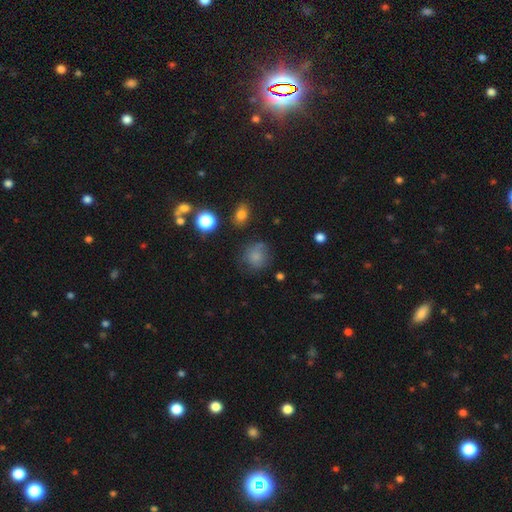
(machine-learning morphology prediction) smooth 75%, star or artifact 14%, featured or disk 11%. Down the decision tree: how rounded — round (83%); merging — none (63%).